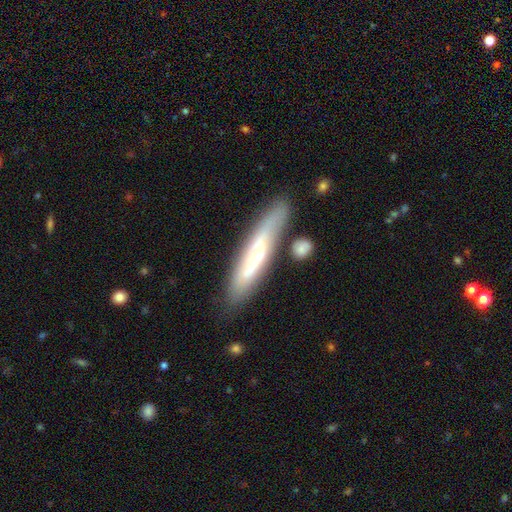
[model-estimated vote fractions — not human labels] The model was most divided on "smooth or featured": featured or disk: 49%, smooth: 45%, star or artifact: 7%. More confident: merging — none (74%).